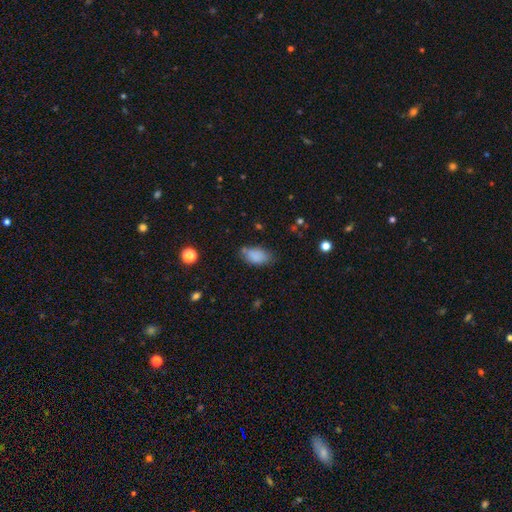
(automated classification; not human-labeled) Smooth or featured? smooth (84%)
How rounded? in between (91%)
Merging? none (63%)